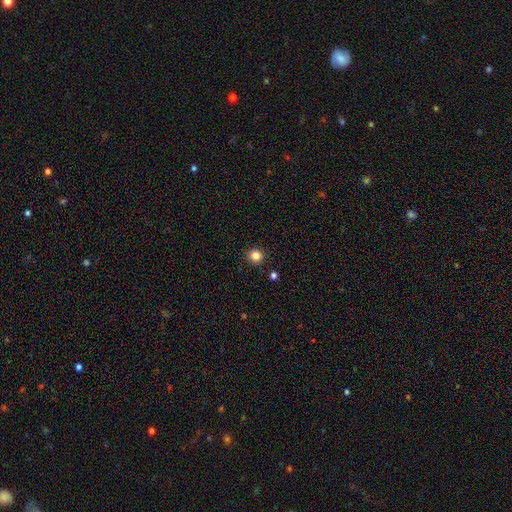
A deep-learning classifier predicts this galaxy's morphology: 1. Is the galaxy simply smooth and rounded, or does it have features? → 83% smooth, 12% star or artifact, 4% featured or disk.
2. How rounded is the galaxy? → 92% round, 7% in between, 1% cigar-shaped.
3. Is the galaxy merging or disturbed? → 92% none, 5% minor disturbance, 2% merger, 2% major disturbance.